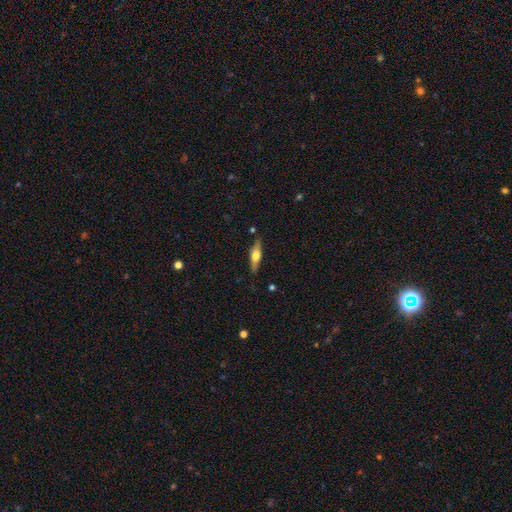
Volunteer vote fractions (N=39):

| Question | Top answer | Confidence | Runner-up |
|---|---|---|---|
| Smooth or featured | featured or disk | 51% | smooth (46%) |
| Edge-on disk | yes | 90% | no (10%) |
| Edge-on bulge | rounded | 72% | boxy (28%) |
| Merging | none | 84% | minor disturbance (13%) |